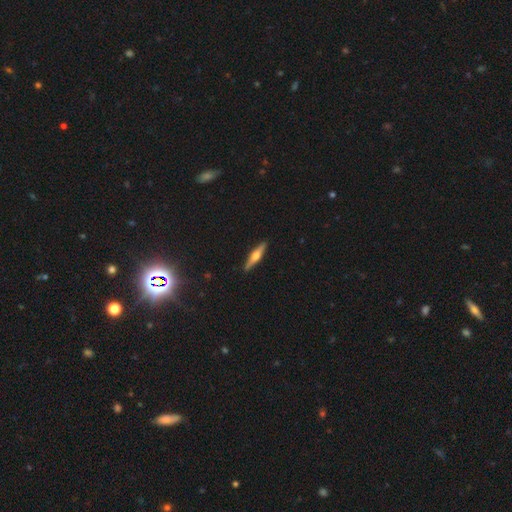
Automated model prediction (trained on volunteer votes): Smooth or featured?
  - featured or disk: 60% *
  - smooth: 34%
  - star or artifact: 6%
Edge-on disk?
  - yes: 96% *
  - no: 4%
Edge-on bulge?
  - rounded: 92% *
  - boxy: 5%
  - none: 4%
Merging?
  - none: 91% *
  - minor disturbance: 6%
  - major disturbance: 1%
  - merger: 1%